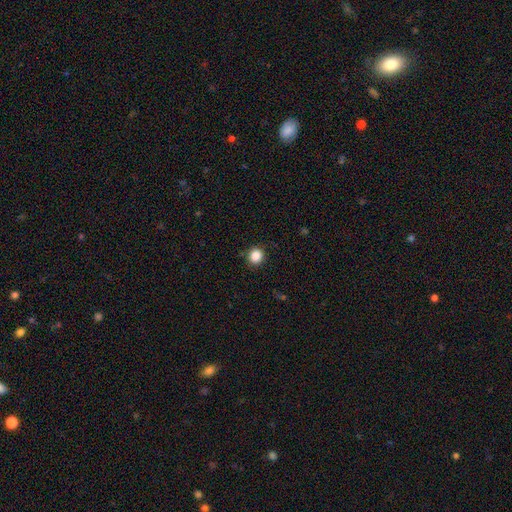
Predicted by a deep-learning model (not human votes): The model was most divided on "smooth or featured": smooth: 87%, star or artifact: 10%, featured or disk: 3%. More confident: merging — none (90%); how rounded — round (89%).